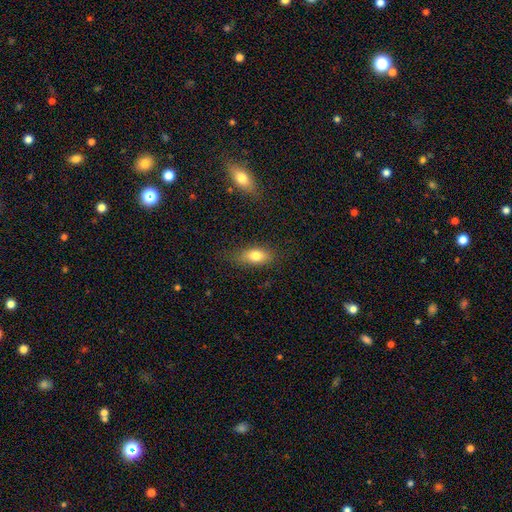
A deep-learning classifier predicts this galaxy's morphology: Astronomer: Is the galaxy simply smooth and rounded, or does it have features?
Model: smooth — 77%.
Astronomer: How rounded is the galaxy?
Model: in between — 82%.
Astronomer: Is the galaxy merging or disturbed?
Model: none — 75%.